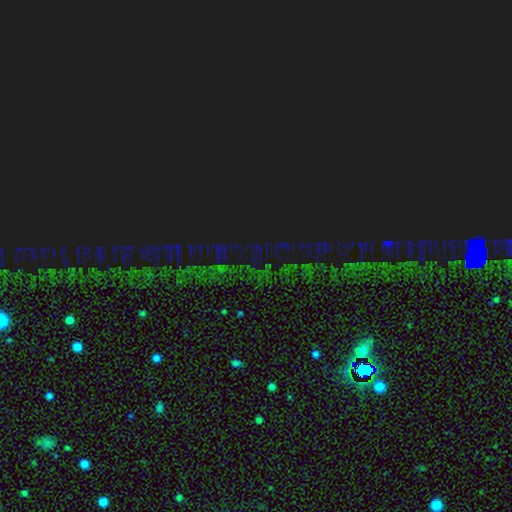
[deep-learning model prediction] This is clearly a star or artifact rather than a galaxy (84%).